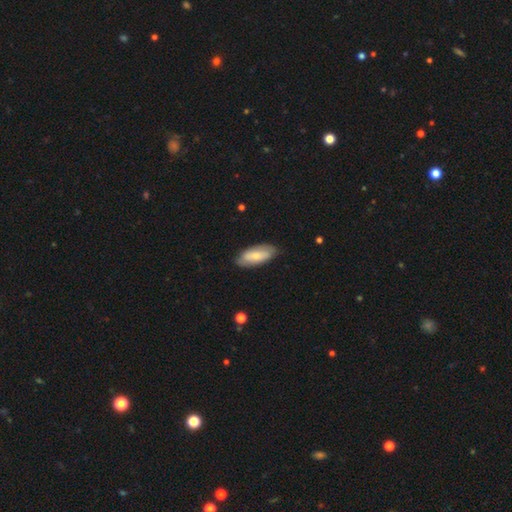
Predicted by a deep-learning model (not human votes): A smooth galaxy with no disk features (59%) that is in between round and cigar-shaped (84%).

Vote fractions:
- Smooth or featured? smooth: 59% / featured or disk: 35% / star or artifact: 5%
- How rounded? in between: 84% / cigar-shaped: 14% / round: 2%
- Merging? none: 80% / minor disturbance: 16% / major disturbance: 3% / merger: 1%